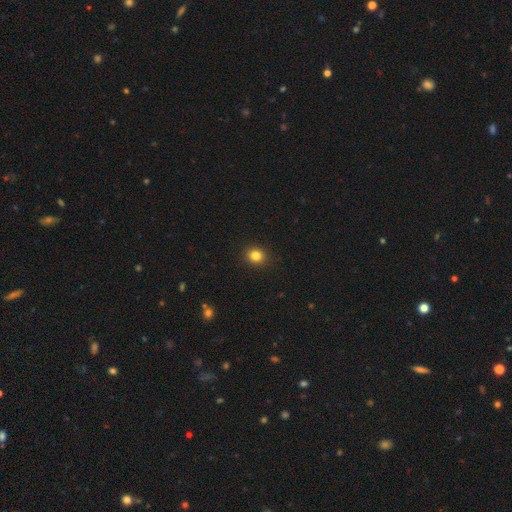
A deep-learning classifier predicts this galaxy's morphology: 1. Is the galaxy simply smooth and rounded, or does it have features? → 83% smooth, 12% star or artifact, 5% featured or disk.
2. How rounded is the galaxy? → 80% round, 19% in between, 1% cigar-shaped.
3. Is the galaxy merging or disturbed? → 92% none, 5% minor disturbance, 2% major disturbance, 1% merger.